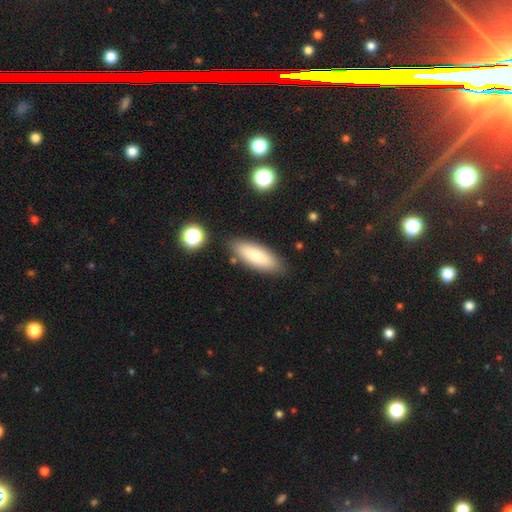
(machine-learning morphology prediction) A smooth galaxy with no disk features (81%) that is in between round and cigar-shaped (63%). Merging: none (82%).